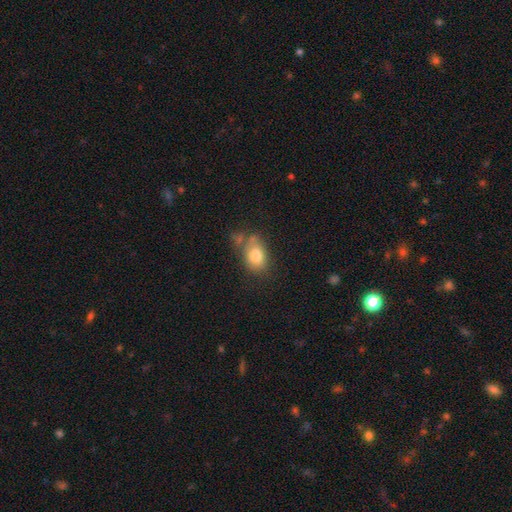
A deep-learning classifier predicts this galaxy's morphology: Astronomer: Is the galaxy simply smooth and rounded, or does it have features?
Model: smooth — 79%.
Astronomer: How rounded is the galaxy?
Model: in between — 81%.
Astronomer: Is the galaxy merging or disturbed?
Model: none — 53%.